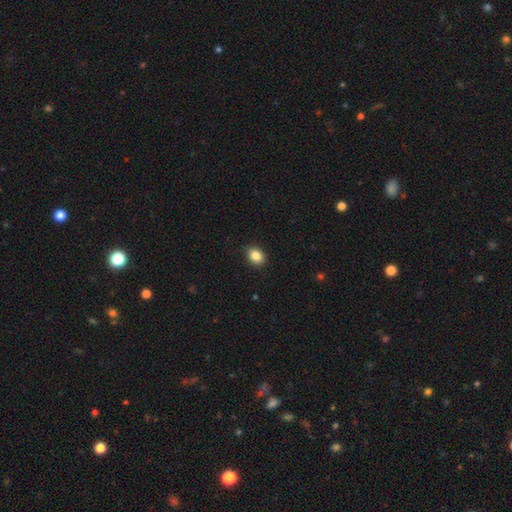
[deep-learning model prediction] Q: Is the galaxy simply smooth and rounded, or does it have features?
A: smooth — 86%.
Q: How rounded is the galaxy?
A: in between — 64%.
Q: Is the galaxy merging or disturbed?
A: none — 89%.